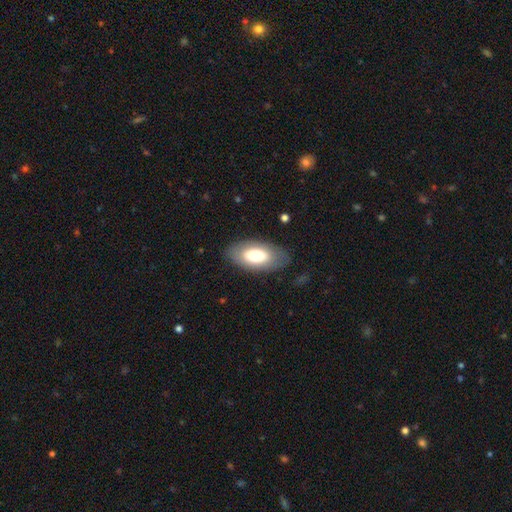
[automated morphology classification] This appears to be a smooth galaxy with no disk features (74%) that is in between round and cigar-shaped (94%). Merging: none (81%).